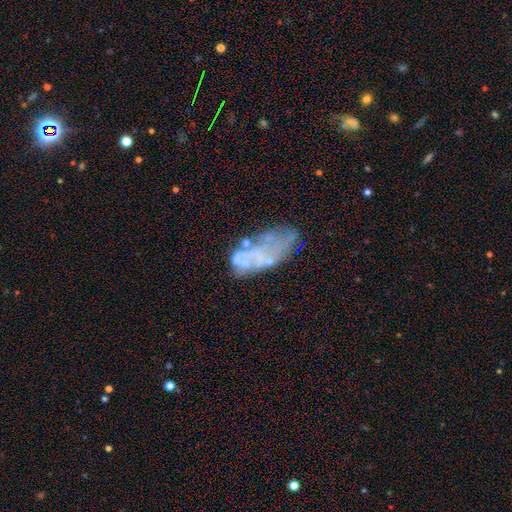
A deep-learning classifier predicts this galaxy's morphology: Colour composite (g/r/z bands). It shows a featured or disk galaxy (58%) with no bar (88%), no spiral arms (86%) and no central bulge (75%). Merging: none (39%).